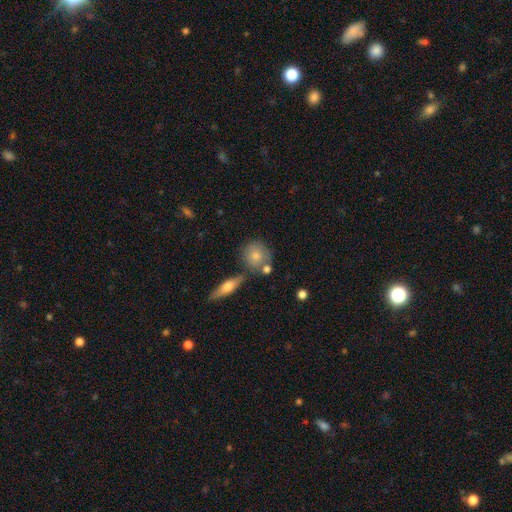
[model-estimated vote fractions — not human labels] Q: Smooth or featured?
A: smooth (76%); runner-up: featured or disk (17%)
Q: How rounded?
A: round (80%); runner-up: in between (17%)
Q: Merging?
A: none (64%); runner-up: merger (17%)